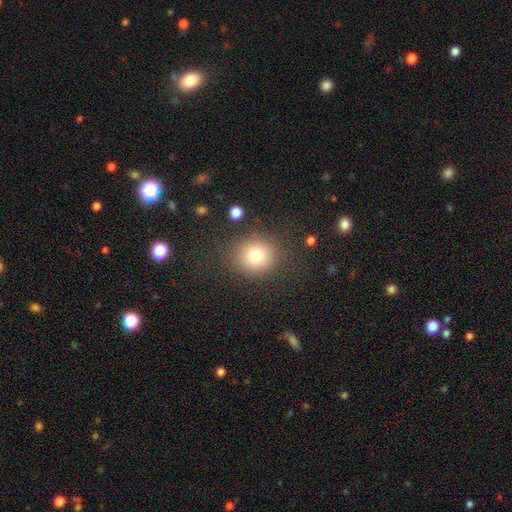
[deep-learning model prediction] This appears to be a smooth galaxy with no disk features (78%) that is round (81%). Merging: none (84%).